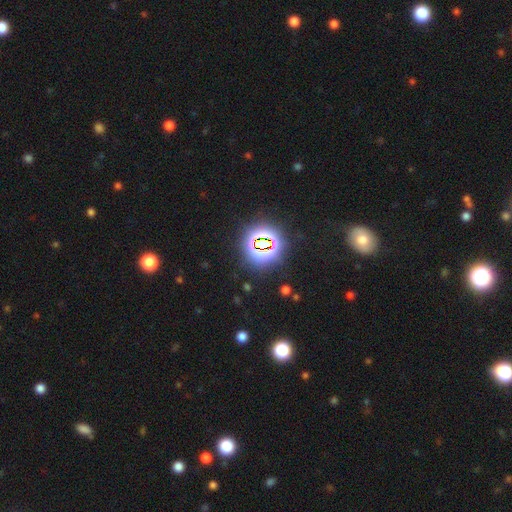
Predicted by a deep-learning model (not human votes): star or artifact 74%, smooth 16%, featured or disk 9%.